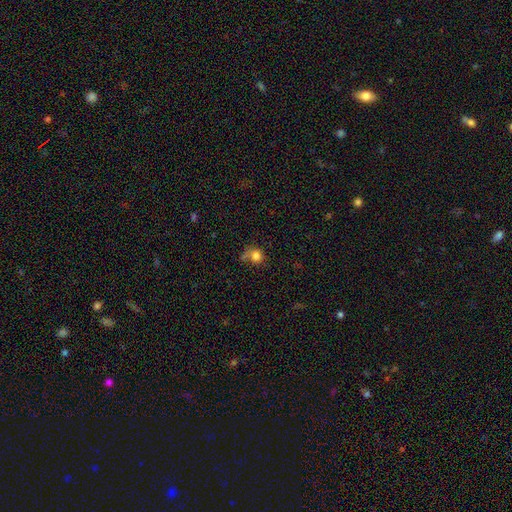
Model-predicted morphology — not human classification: smooth 80%, star or artifact 12%, featured or disk 9%. Down the decision tree: how rounded — round (79%); merging — none (52%).